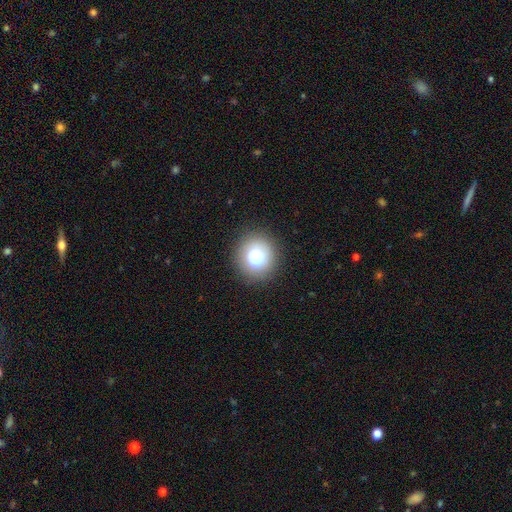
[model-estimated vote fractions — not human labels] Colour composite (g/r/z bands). It shows a smooth galaxy with no disk features (78%) that is round (86%). Merging: none (88%).